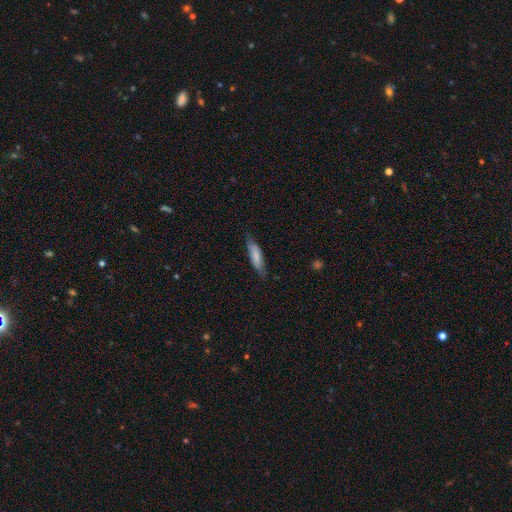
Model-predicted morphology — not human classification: This is likely a smooth galaxy (73%). How rounded: likely cigar-shaped (61%). Merging: likely none (75%).